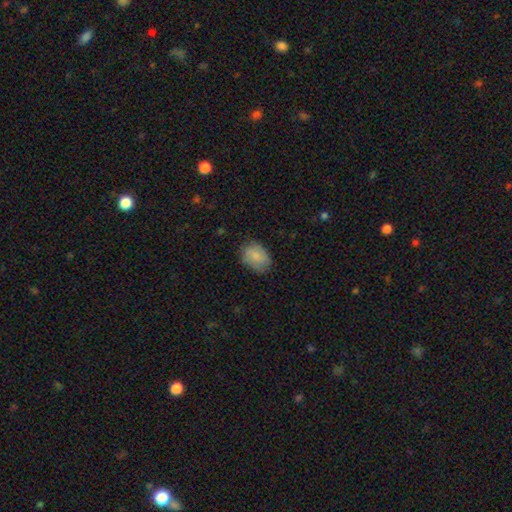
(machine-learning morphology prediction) This appears to be a smooth galaxy with no disk features (81%) that is in between round and cigar-shaped (78%). Merging: none (73%).